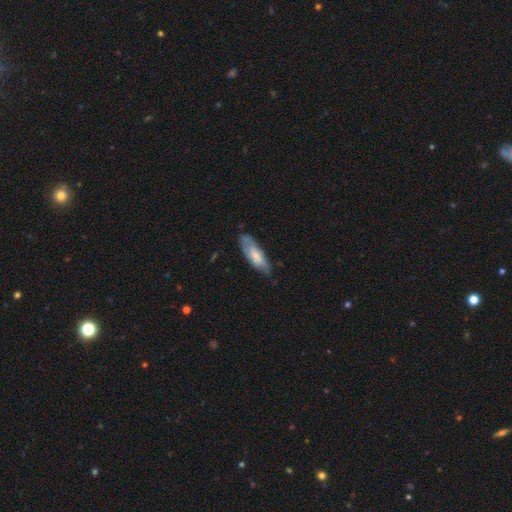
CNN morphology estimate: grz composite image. It shows a smooth galaxy with no disk features (59%) that is in between round and cigar-shaped (59%). Merging: none (65%).